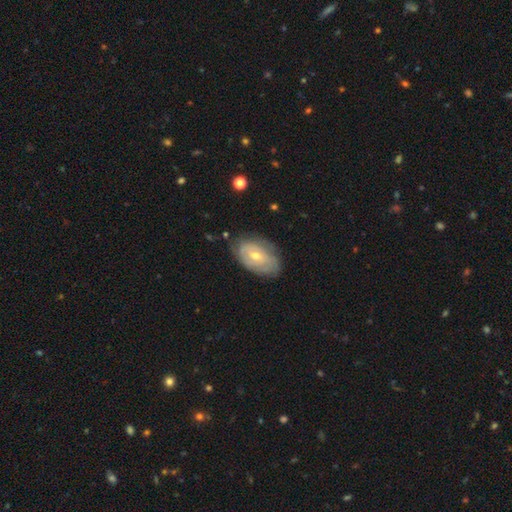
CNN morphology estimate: featured or disk 61%, smooth 32%, star or artifact 7%. Down the decision tree: edge-on disk — no (92%); bar — no (57%); spiral arms — yes (62%); bulge size — small (49%); merging — none (72%).